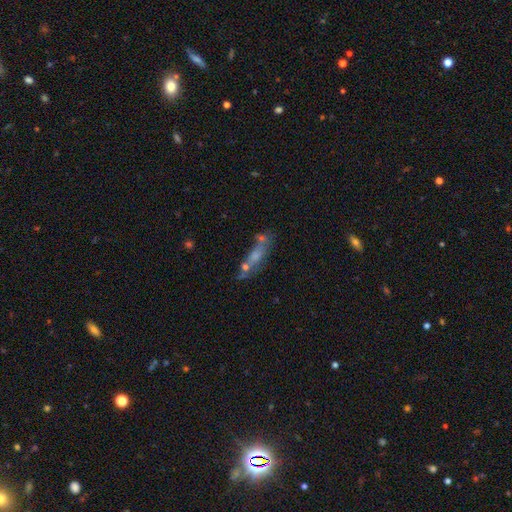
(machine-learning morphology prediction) smooth-or-featured: featured or disk: 42% | smooth: 41% | star or artifact: 17%
  merging: none: 42% | merger: 30% | minor disturbance: 15% | major disturbance: 12%